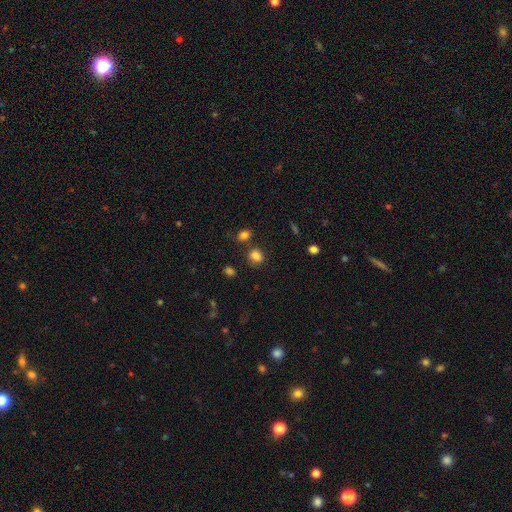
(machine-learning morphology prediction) smooth_or_featured: smooth (p=0.83) [alt: star or artifact p=0.12]
how_rounded: round (p=0.68) [alt: in between p=0.31]
merging: none (p=0.76) [alt: minor disturbance p=0.12]